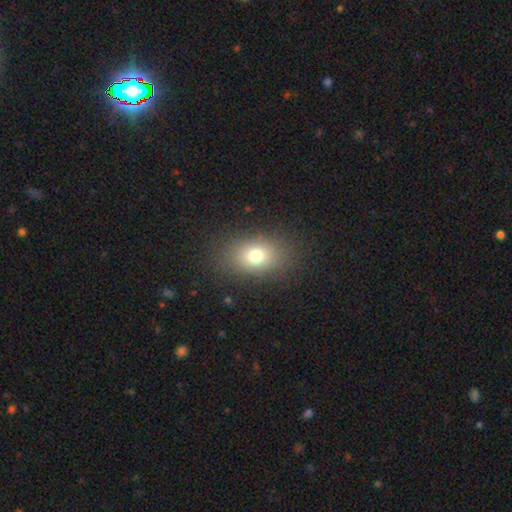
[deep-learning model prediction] The model was most divided on "how rounded": in between: 74%, round: 24%, cigar-shaped: 2%. More confident: merging — none (84%); smooth or featured — smooth (75%).